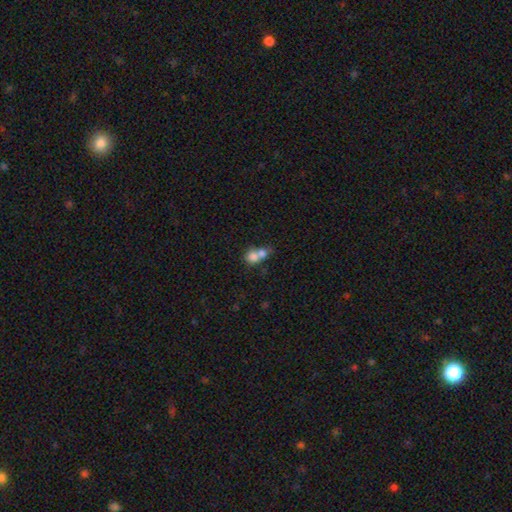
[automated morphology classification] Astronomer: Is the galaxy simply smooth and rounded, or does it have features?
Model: smooth — 74%.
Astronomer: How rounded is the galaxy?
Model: round — 70%.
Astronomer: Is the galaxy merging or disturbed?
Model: merger — 69%.